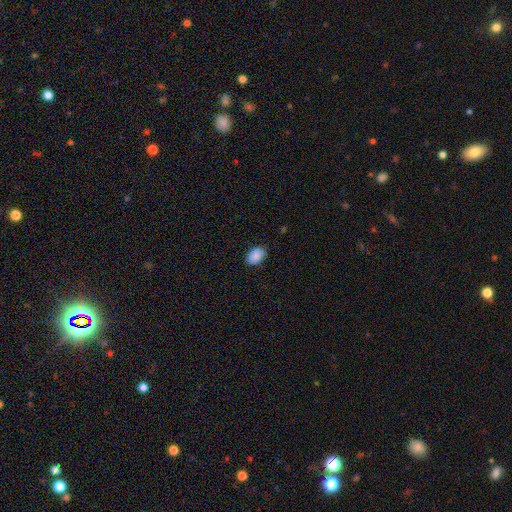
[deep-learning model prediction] Smooth or featured?
  - smooth: 87% *
  - star or artifact: 7%
  - featured or disk: 6%
How rounded?
  - in between: 86% *
  - round: 13%
  - cigar-shaped: 1%
Merging?
  - none: 85% *
  - minor disturbance: 12%
  - major disturbance: 2%
  - merger: 1%